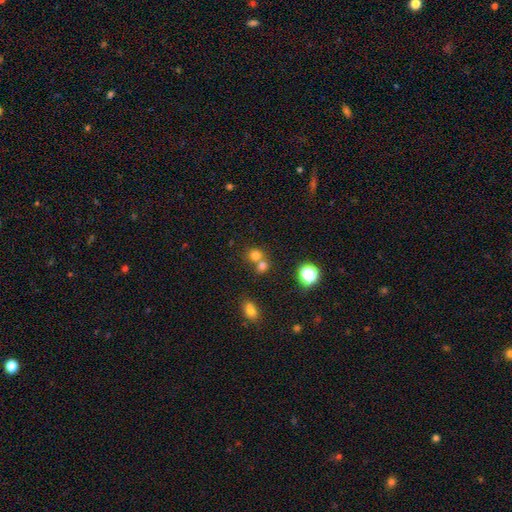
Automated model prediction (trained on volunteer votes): smooth-or-featured: smooth: 73% | star or artifact: 19% | featured or disk: 8%
  how-rounded: round: 80% | in between: 19% | cigar-shaped: 1%
  merging: none: 46% | merger: 45% | minor disturbance: 6% | major disturbance: 3%